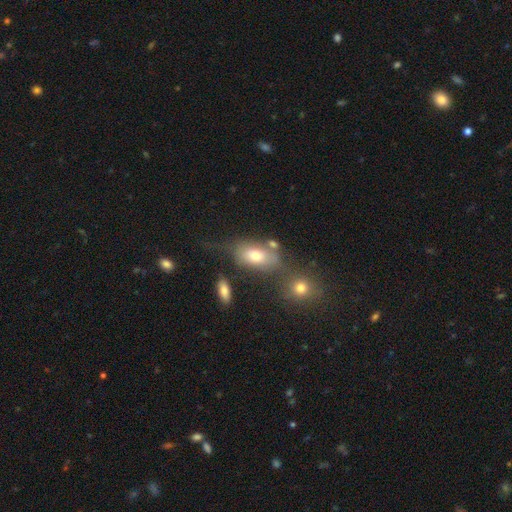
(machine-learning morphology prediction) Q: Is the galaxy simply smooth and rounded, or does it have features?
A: smooth — 69%.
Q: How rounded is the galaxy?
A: in between — 86%.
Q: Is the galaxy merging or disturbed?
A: none — 47%.